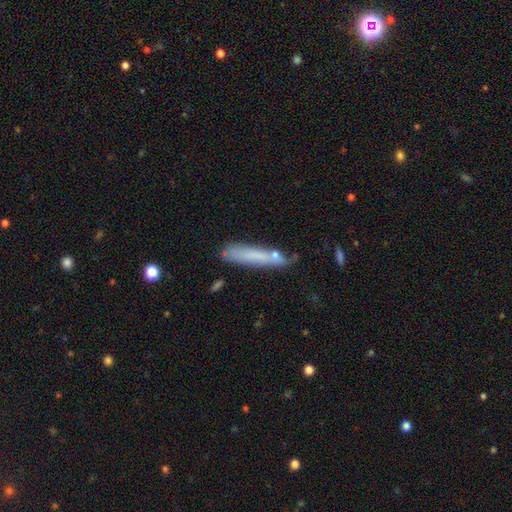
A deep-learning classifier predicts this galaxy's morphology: type=smooth (67%); roundness=cigar-shaped (91%); merging=none (64%).